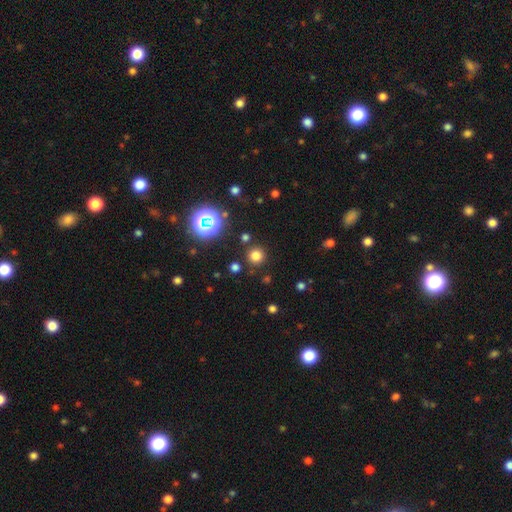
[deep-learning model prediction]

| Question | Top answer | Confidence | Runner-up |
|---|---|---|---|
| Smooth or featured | smooth | 73% | star or artifact (22%) |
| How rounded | round | 95% | in between (4%) |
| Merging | none | 88% | minor disturbance (6%) |